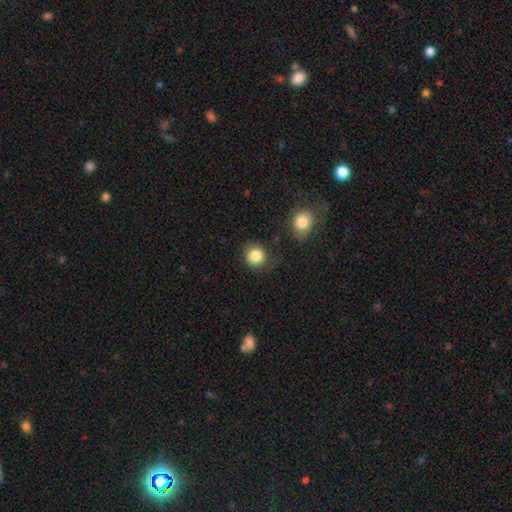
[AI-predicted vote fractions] Smooth or featured: smooth — 85% (star or artifact — 9%)
How rounded: round — 88% (in between — 11%)
Merging: none — 76% (minor disturbance — 14%)